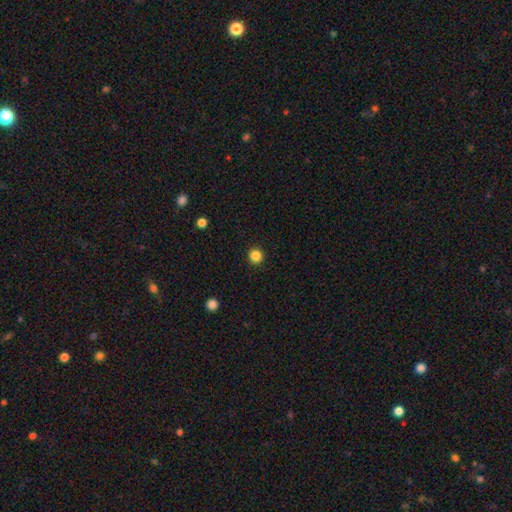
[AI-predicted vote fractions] Smooth or featured? Predicted: smooth (p=0.85). How rounded? Predicted: round (p=0.95). Merging? Predicted: none (p=0.93).